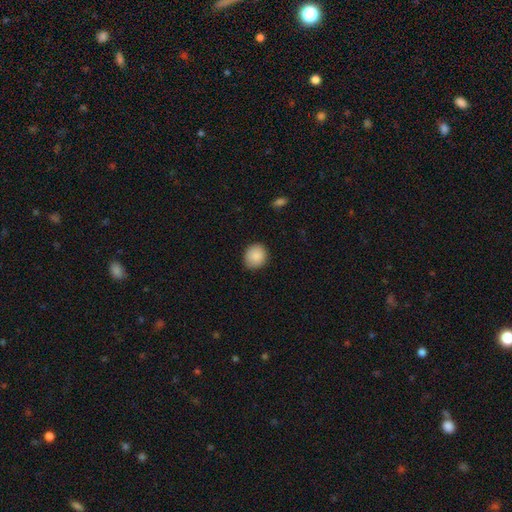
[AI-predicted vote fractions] Smooth or featured?
  - smooth: 89% *
  - star or artifact: 7%
  - featured or disk: 4%
How rounded?
  - round: 81% *
  - in between: 19%
  - cigar-shaped: 1%
Merging?
  - none: 87% *
  - minor disturbance: 10%
  - major disturbance: 2%
  - merger: 1%